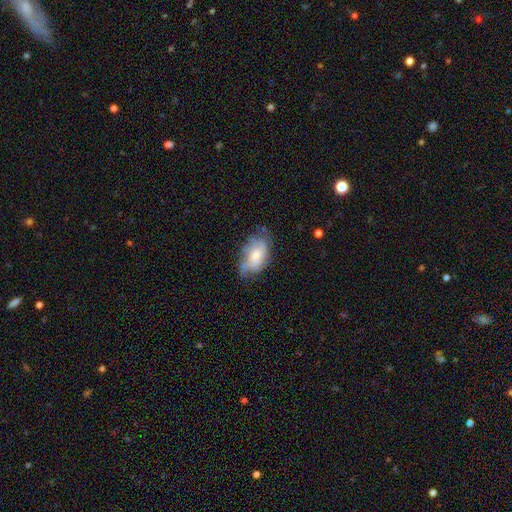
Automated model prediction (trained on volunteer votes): smooth_or_featured: featured or disk (p=0.47) [alt: smooth p=0.45]
merging: none (p=0.48) [alt: minor disturbance p=0.33]